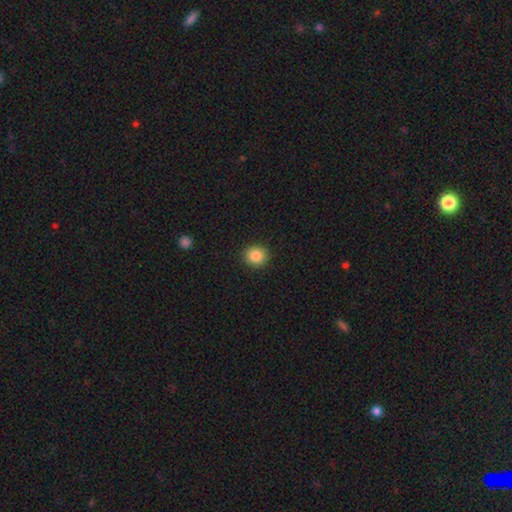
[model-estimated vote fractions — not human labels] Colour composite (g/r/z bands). It shows a smooth galaxy with no disk features (86%) that is round (89%). Merging: none (92%).